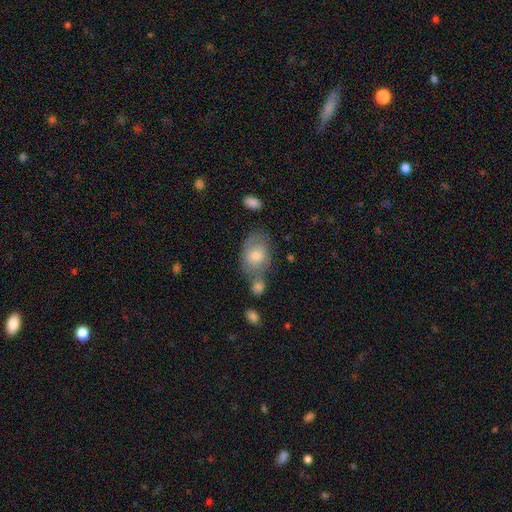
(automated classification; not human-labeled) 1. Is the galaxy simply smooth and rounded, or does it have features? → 63% smooth, 27% featured or disk, 10% star or artifact.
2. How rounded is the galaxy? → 80% in between, 18% round, 2% cigar-shaped.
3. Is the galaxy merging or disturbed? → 53% none, 20% minor disturbance, 19% merger, 7% major disturbance.